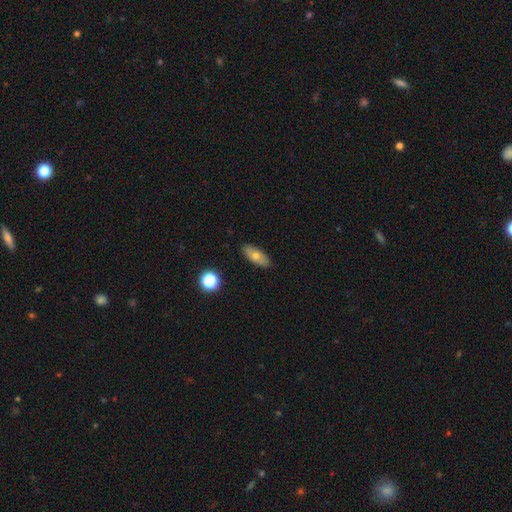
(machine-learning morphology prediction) Overall: smooth (68%). How rounded: in between (80%). Merging: none (87%).